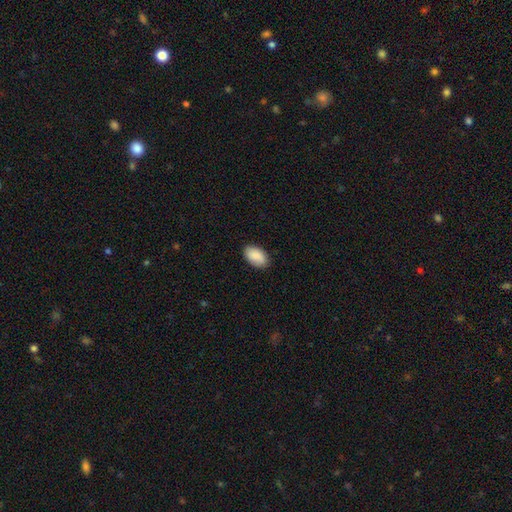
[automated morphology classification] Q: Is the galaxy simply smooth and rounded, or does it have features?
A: smooth — 90%.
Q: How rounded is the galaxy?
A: in between — 94%.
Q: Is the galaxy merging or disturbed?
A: none — 86%.